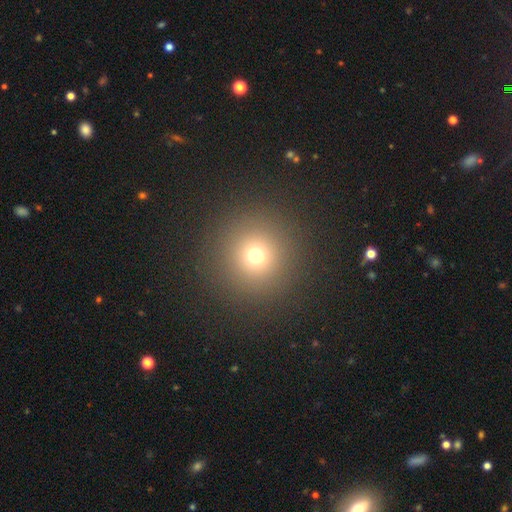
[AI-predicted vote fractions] smooth-or-featured: smooth: 70% | star or artifact: 21% | featured or disk: 9%
  how-rounded: round: 95% | in between: 4% | cigar-shaped: 1%
  merging: none: 89% | minor disturbance: 6% | major disturbance: 4% | merger: 1%